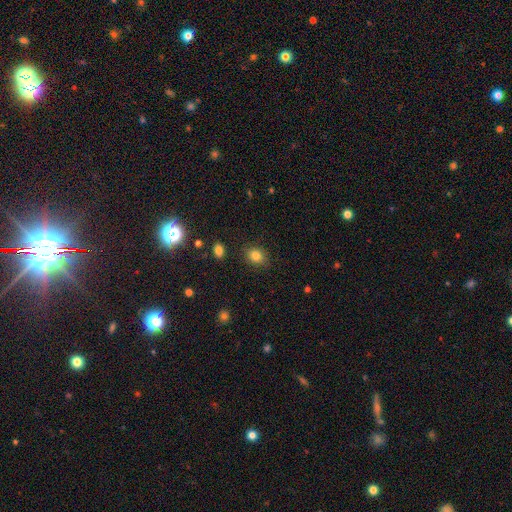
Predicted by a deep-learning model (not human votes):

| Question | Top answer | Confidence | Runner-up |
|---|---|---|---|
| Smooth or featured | smooth | 82% | star or artifact (11%) |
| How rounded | round | 59% | in between (40%) |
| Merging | none | 87% | minor disturbance (9%) |